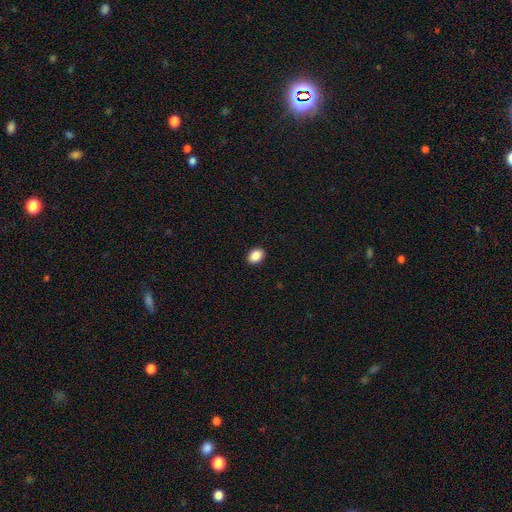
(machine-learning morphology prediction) Smooth or featured?
  - smooth: 89% *
  - star or artifact: 8%
  - featured or disk: 3%
How rounded?
  - in between: 70% *
  - round: 29%
  - cigar-shaped: 1%
Merging?
  - none: 91% *
  - minor disturbance: 6%
  - major disturbance: 2%
  - merger: 1%